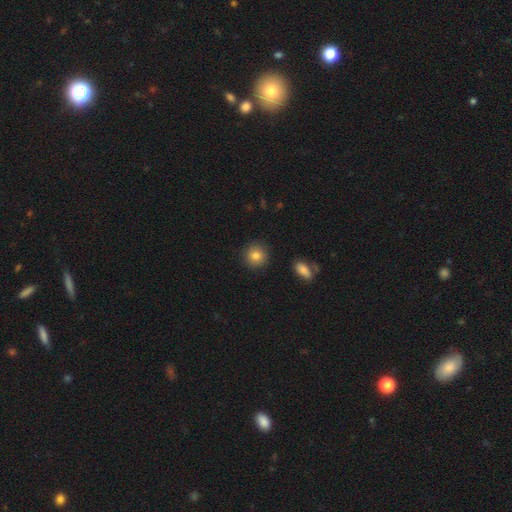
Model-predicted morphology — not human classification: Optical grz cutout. It shows a smooth galaxy with no disk features (83%) that is round (91%). Merging: none (90%).